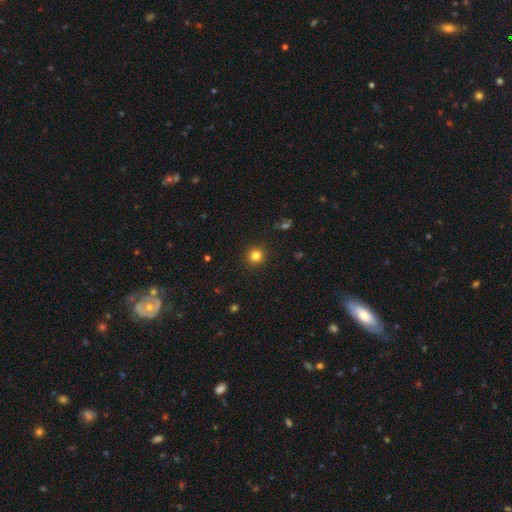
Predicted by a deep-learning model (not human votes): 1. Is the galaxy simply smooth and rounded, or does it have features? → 82% smooth, 13% star or artifact, 5% featured or disk.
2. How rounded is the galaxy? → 92% round, 7% in between, 1% cigar-shaped.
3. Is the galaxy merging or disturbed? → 92% none, 5% minor disturbance, 2% major disturbance, 1% merger.